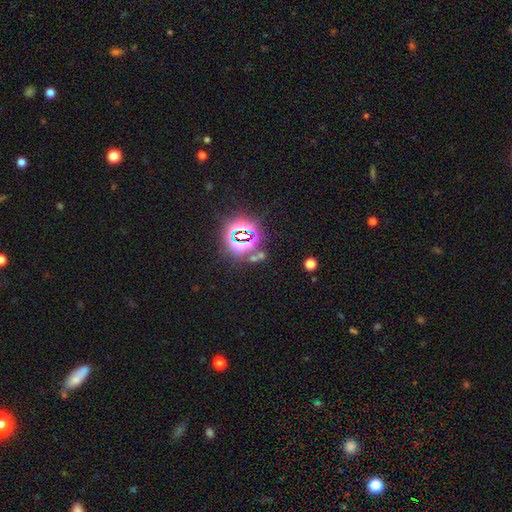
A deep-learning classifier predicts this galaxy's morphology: Smooth or featured: star or artifact — 76% (smooth — 14%)